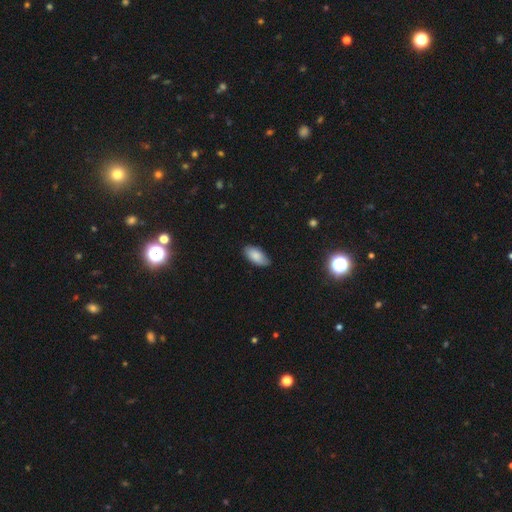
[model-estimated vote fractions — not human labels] A smooth galaxy with no disk features (84%) that is in between round and cigar-shaped (93%).

Vote fractions:
- Smooth or featured? smooth: 84% / featured or disk: 9% / star or artifact: 7%
- How rounded? in between: 93% / cigar-shaped: 5% / round: 2%
- Merging? none: 81% / minor disturbance: 16% / major disturbance: 2% / merger: 1%